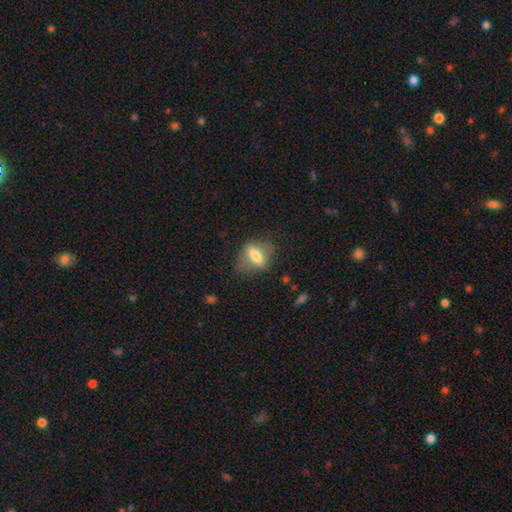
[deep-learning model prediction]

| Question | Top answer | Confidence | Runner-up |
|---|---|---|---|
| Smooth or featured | smooth | 57% | featured or disk (34%) |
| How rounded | in between | 66% | cigar-shaped (22%) |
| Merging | none | 68% | minor disturbance (19%) |